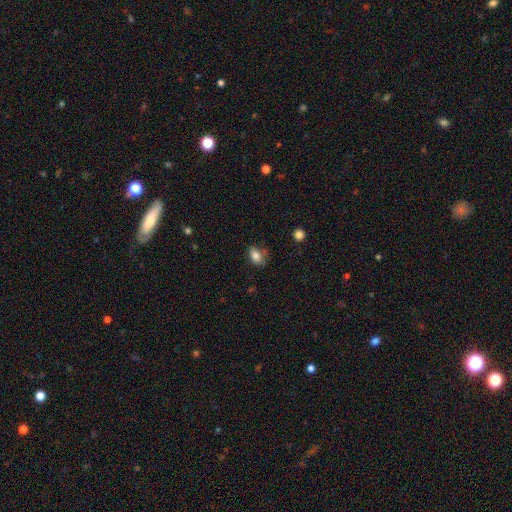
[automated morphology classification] Smooth or featured? smooth (82%)
How rounded? in between (82%)
Merging? none (68%)